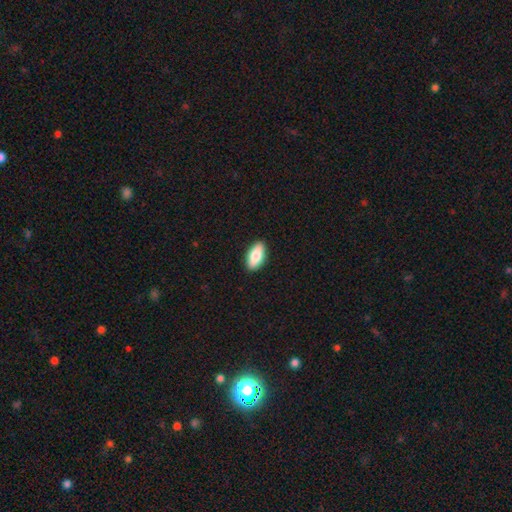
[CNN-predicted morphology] A smooth galaxy with no disk features (81%) that is in between round and cigar-shaped (87%).

Vote fractions:
- Smooth or featured? smooth: 81% / featured or disk: 13% / star or artifact: 6%
- How rounded? in between: 87% / cigar-shaped: 10% / round: 3%
- Merging? none: 90% / minor disturbance: 7% / major disturbance: 2% / merger: 1%